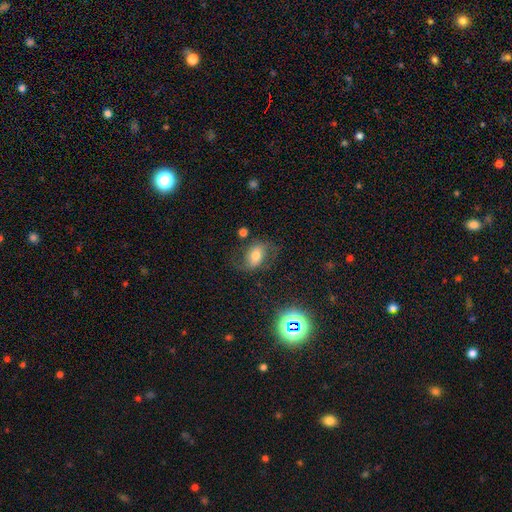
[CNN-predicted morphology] featured or disk 48%, smooth 39%, star or artifact 13%. Down the decision tree: merging — none (62%).